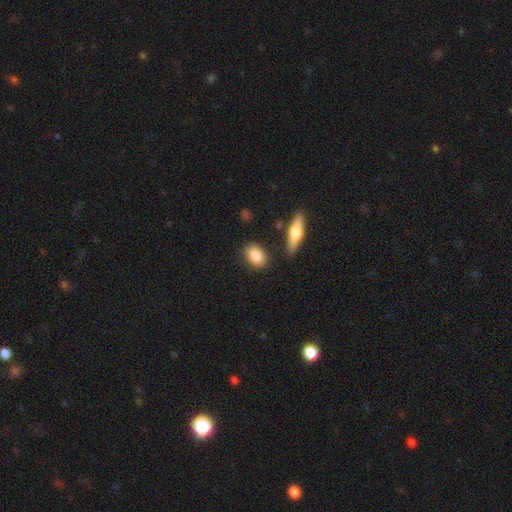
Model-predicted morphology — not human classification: The model was most divided on "how rounded": in between: 76%, round: 20%, cigar-shaped: 4%. More confident: smooth or featured — smooth (86%); merging — none (81%).